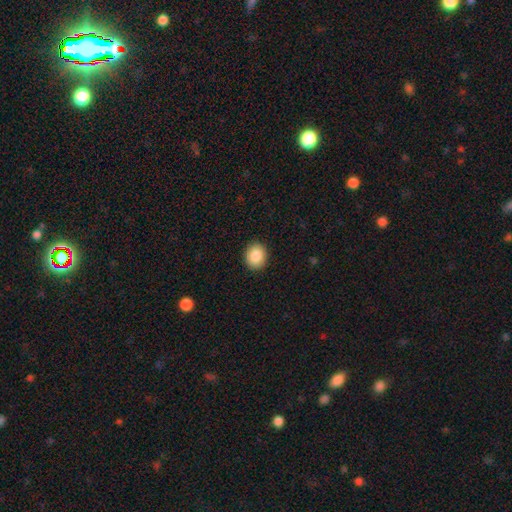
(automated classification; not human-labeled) Q: Smooth or featured?
A: smooth (87%); runner-up: star or artifact (8%)
Q: How rounded?
A: round (59%); runner-up: in between (40%)
Q: Merging?
A: none (90%); runner-up: minor disturbance (7%)